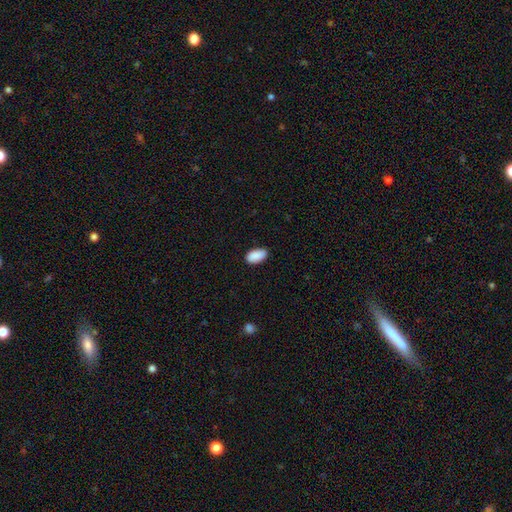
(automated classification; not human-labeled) This appears to be a smooth galaxy with no disk features (91%) that is in between round and cigar-shaped (95%). Merging: none (87%).